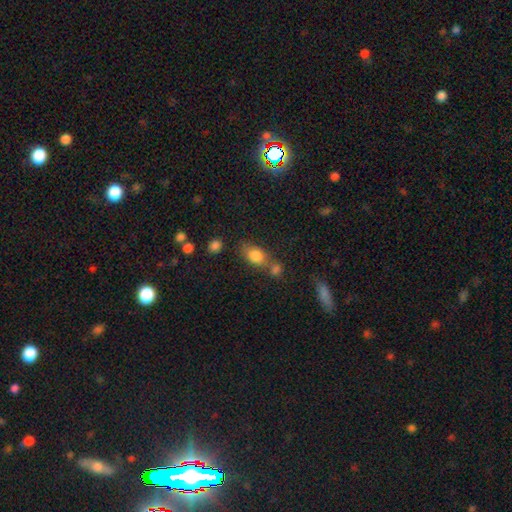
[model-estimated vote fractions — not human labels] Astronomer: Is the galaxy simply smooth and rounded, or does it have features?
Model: smooth — 80%.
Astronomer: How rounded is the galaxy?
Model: in between — 75%.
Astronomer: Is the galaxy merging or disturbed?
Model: none — 50% (runner-up: merger, 28%).